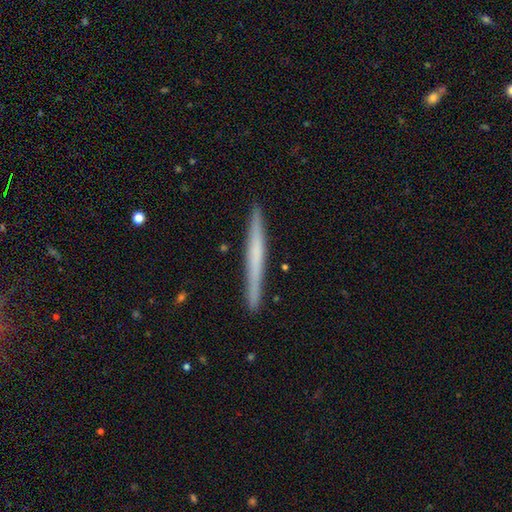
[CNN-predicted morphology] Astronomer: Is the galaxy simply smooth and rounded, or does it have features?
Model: smooth — 47% (runner-up: featured or disk, 46%).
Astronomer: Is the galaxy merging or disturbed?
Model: none — 92%.